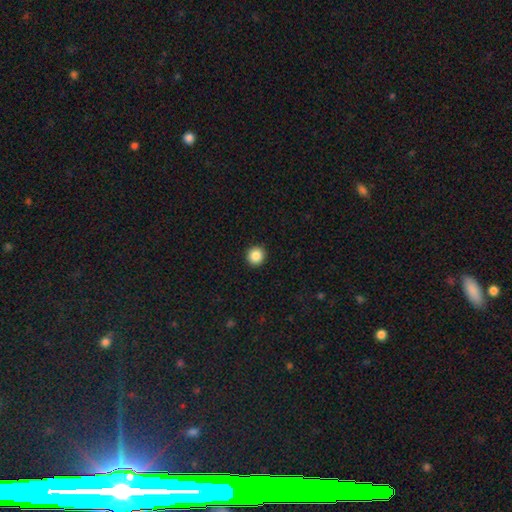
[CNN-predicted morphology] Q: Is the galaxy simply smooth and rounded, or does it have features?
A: smooth — 87%.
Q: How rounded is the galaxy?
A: round — 93%.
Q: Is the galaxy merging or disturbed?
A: none — 93%.